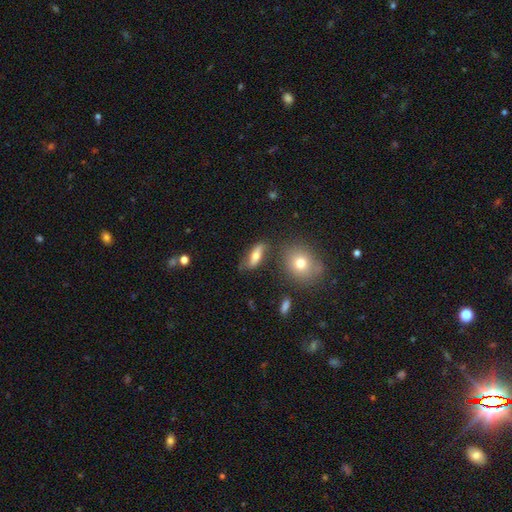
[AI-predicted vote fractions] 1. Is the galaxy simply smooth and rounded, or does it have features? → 56% smooth, 35% featured or disk, 10% star or artifact.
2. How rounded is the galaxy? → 63% in between, 29% cigar-shaped, 7% round.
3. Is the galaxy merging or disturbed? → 67% none, 19% minor disturbance, 8% major disturbance, 7% merger.